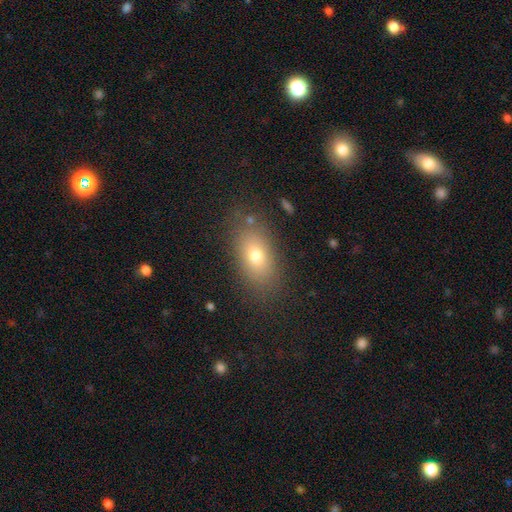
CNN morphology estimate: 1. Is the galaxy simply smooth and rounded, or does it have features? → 73% smooth, 15% featured or disk, 12% star or artifact.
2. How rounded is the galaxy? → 84% in between, 11% round, 4% cigar-shaped.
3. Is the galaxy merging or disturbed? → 83% none, 11% minor disturbance, 4% major disturbance, 2% merger.